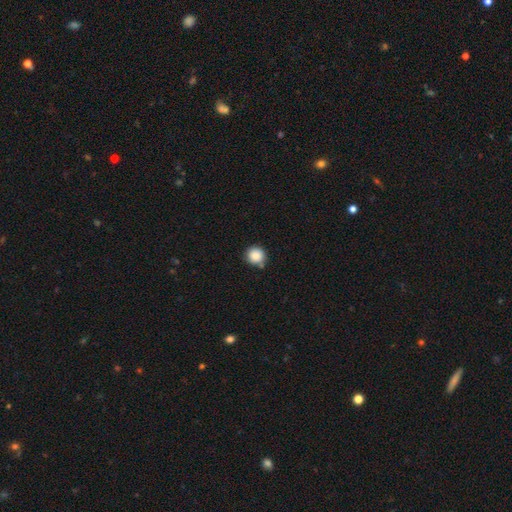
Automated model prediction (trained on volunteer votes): The model was most divided on "merging": none: 77%, minor disturbance: 13%, merger: 7%, major disturbance: 3%. More confident: how rounded — round (93%); smooth or featured — smooth (87%).